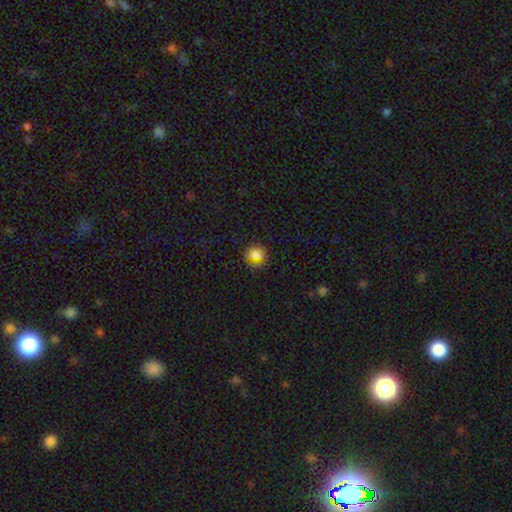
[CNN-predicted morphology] Smooth or featured?
  - smooth: 73% *
  - star or artifact: 18%
  - featured or disk: 9%
How rounded?
  - round: 84% *
  - in between: 15%
  - cigar-shaped: 1%
Merging?
  - none: 81% *
  - minor disturbance: 13%
  - major disturbance: 4%
  - merger: 2%